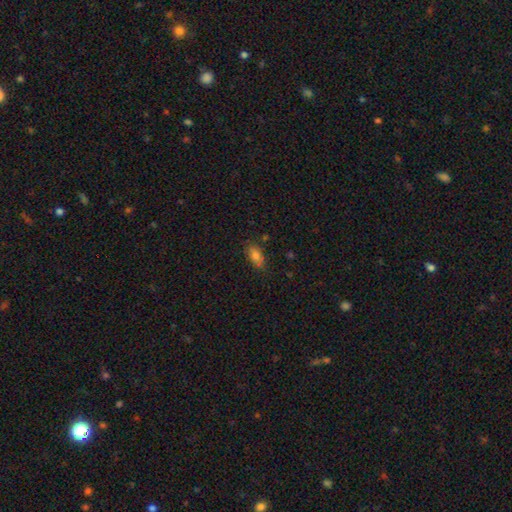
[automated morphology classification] Q: Smooth or featured?
A: smooth (78%); runner-up: featured or disk (11%)
Q: How rounded?
A: in between (88%); runner-up: round (6%)
Q: Merging?
A: none (75%); runner-up: minor disturbance (19%)